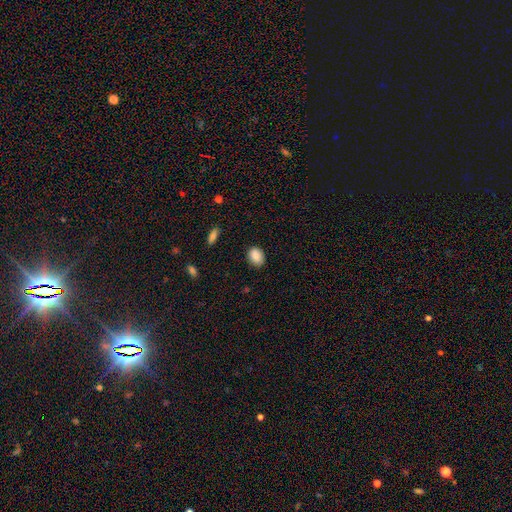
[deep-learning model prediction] A smooth galaxy with no disk features (88%) that is in between round and cigar-shaped (63%). Merging: none (86%).